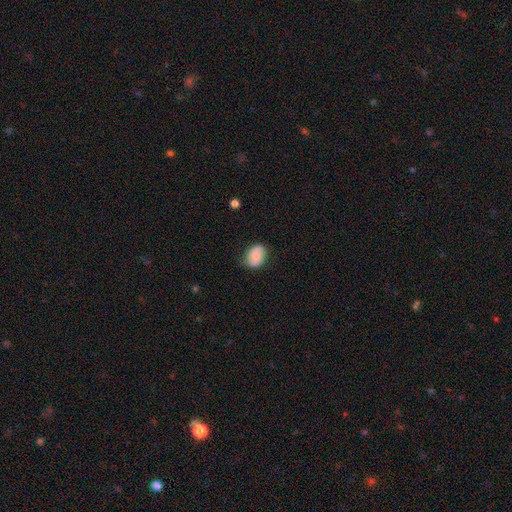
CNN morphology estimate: Q: Smooth or featured?
A: smooth (63%); runner-up: featured or disk (29%)
Q: How rounded?
A: in between (62%); runner-up: round (37%)
Q: Merging?
A: none (72%); runner-up: minor disturbance (22%)